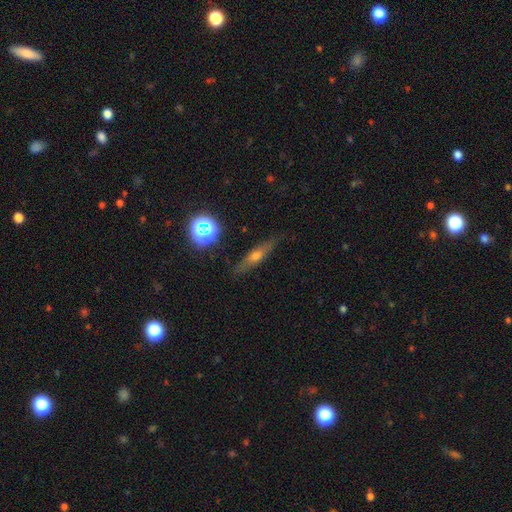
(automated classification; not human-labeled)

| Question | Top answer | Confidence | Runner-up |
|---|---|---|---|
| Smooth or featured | featured or disk | 47% | smooth (40%) |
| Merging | none | 83% | minor disturbance (13%) |